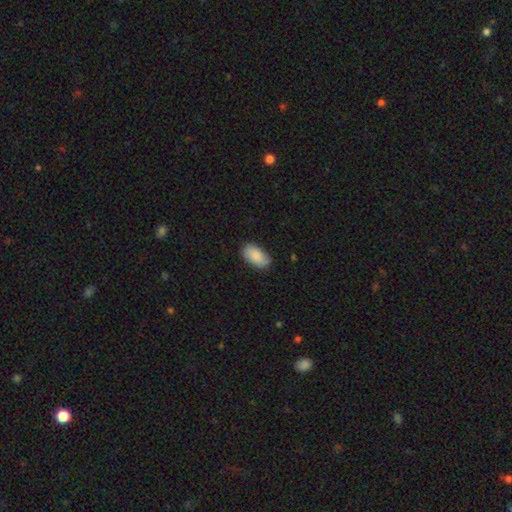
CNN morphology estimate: Smooth or featured? smooth (86%)
How rounded? in between (94%)
Merging? none (80%)